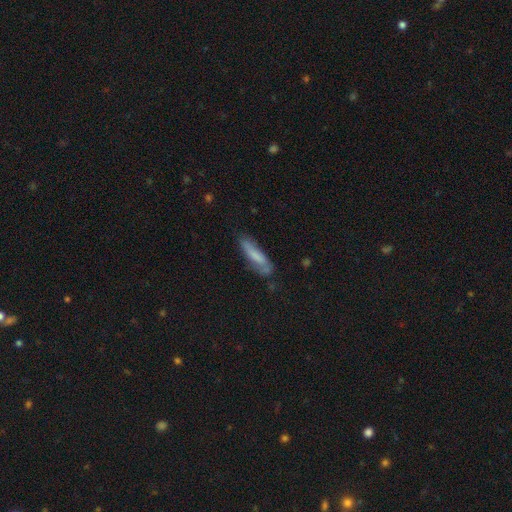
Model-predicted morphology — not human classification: Smooth or featured?
  - smooth: 69% *
  - featured or disk: 24%
  - star or artifact: 7%
How rounded?
  - cigar-shaped: 75% *
  - in between: 23%
  - round: 2%
Merging?
  - none: 66% *
  - minor disturbance: 24%
  - major disturbance: 7%
  - merger: 4%